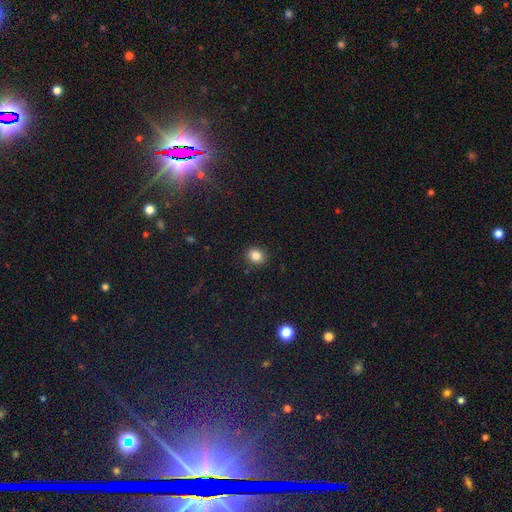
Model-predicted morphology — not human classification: Smooth or featured?
  - smooth: 85% *
  - star or artifact: 11%
  - featured or disk: 5%
How rounded?
  - round: 68% *
  - in between: 31%
  - cigar-shaped: 1%
Merging?
  - none: 89% *
  - minor disturbance: 7%
  - major disturbance: 2%
  - merger: 1%